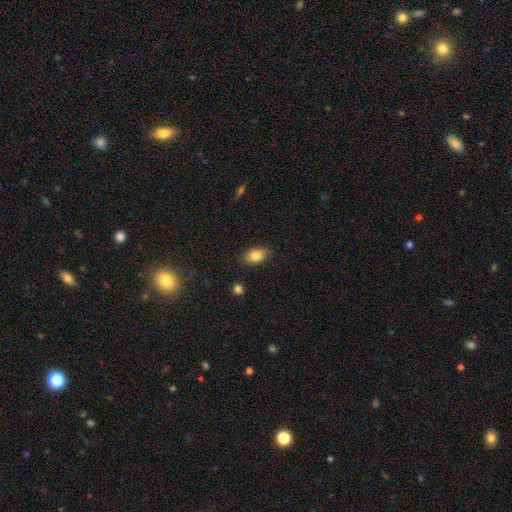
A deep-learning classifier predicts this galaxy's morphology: The model was most divided on "smooth or featured": smooth: 83%, featured or disk: 8%, star or artifact: 8%. More confident: how rounded — in between (89%); merging — none (87%).